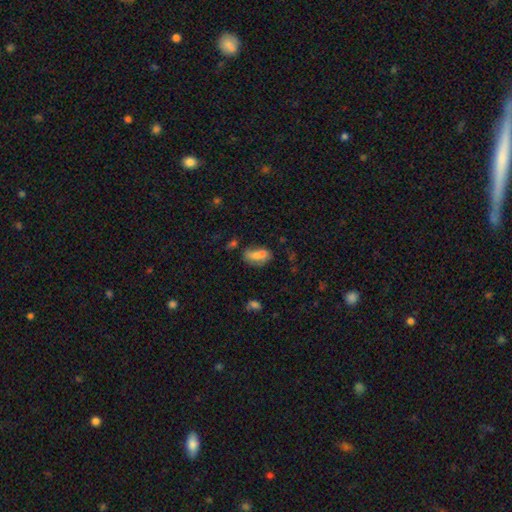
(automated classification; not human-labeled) A smooth galaxy with no disk features (68%) that is in between round and cigar-shaped (82%). Merging: none (36%).